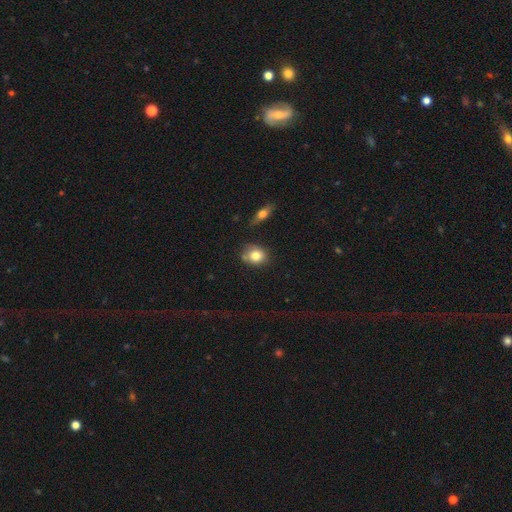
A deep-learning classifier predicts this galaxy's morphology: The model was most divided on "how rounded": round: 65%, in between: 33%, cigar-shaped: 1%. More confident: smooth or featured — smooth (79%); merging — none (64%).